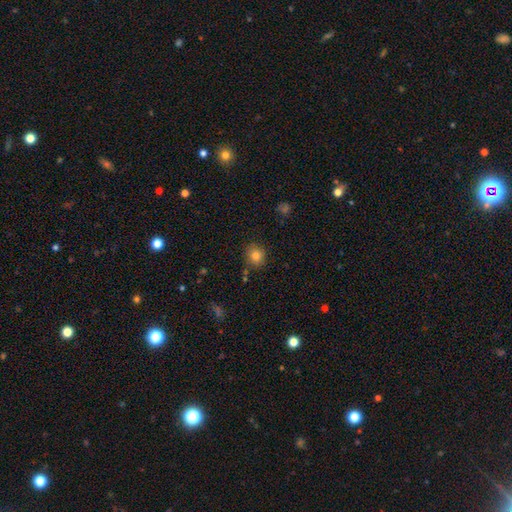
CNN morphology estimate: Smooth or featured?
  - smooth: 82% *
  - star or artifact: 11%
  - featured or disk: 7%
How rounded?
  - round: 83% *
  - in between: 16%
  - cigar-shaped: 1%
Merging?
  - none: 80% *
  - minor disturbance: 13%
  - merger: 4%
  - major disturbance: 3%